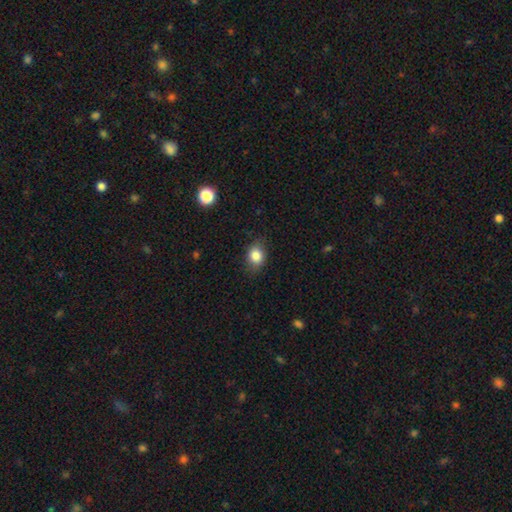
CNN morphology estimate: Smooth or featured? Predicted: smooth (p=0.83). How rounded? Predicted: in between (p=0.54). Merging? Predicted: none (p=0.79).